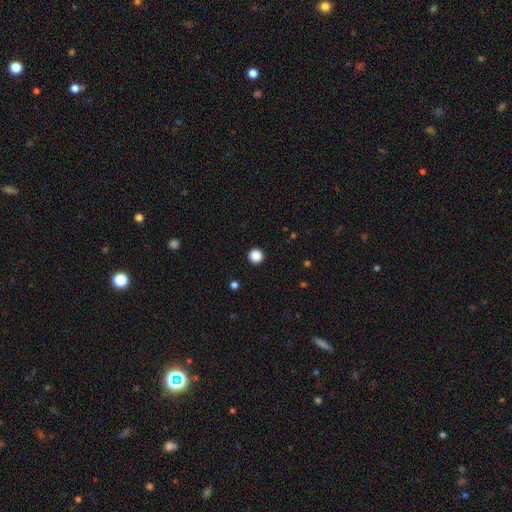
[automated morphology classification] smooth 87%, star or artifact 10%, featured or disk 2%. Down the decision tree: how rounded — round (96%); merging — none (94%).